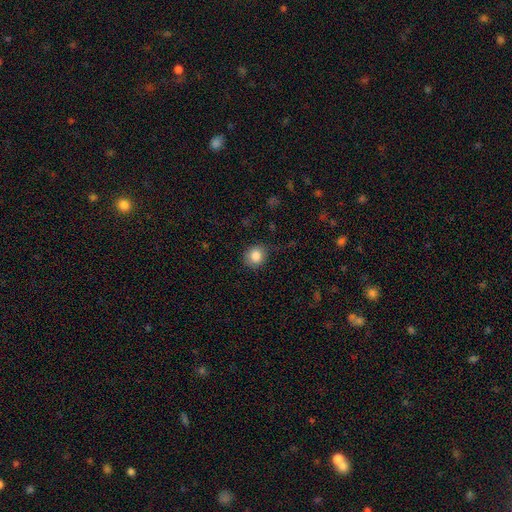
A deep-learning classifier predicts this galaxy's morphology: The model was most divided on "merging": none: 76%, minor disturbance: 18%, major disturbance: 5%, merger: 1%. More confident: smooth or featured — smooth (84%); how rounded — round (80%).